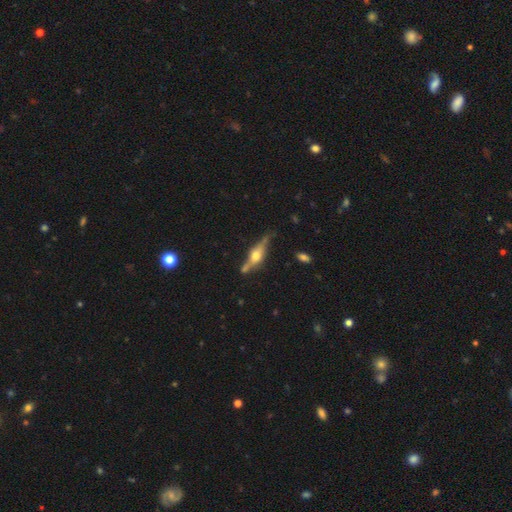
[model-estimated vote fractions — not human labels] Smooth or featured? Predicted: featured or disk (p=0.68). Edge-on disk? Predicted: yes (p=0.92). Edge-on bulge? Predicted: rounded (p=0.91). Merging? Predicted: none (p=0.66).